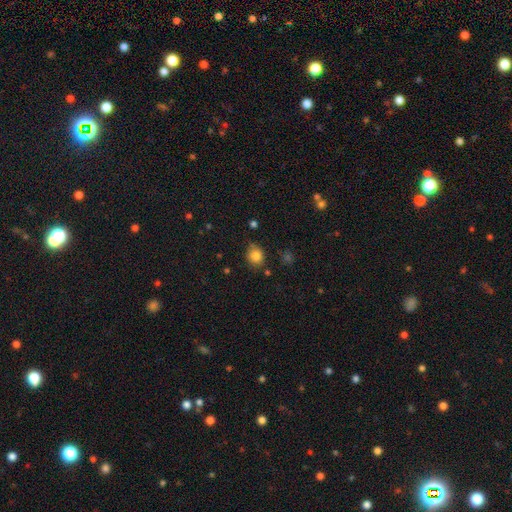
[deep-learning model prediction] Q: Smooth or featured?
A: smooth (83%); runner-up: star or artifact (11%)
Q: How rounded?
A: round (73%); runner-up: in between (26%)
Q: Merging?
A: none (78%); runner-up: minor disturbance (16%)